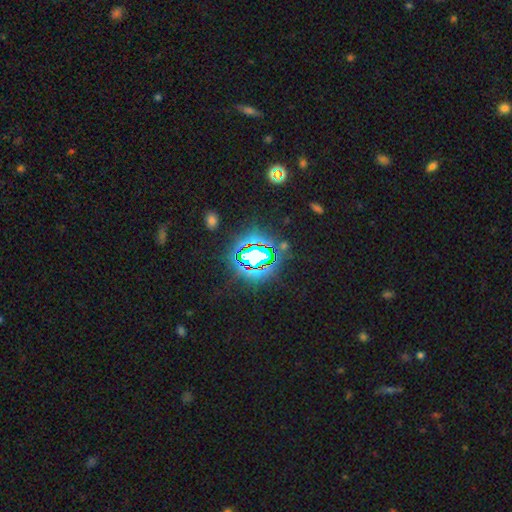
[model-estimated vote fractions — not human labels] Smooth or featured?
  - star or artifact: 78% *
  - smooth: 12%
  - featured or disk: 10%